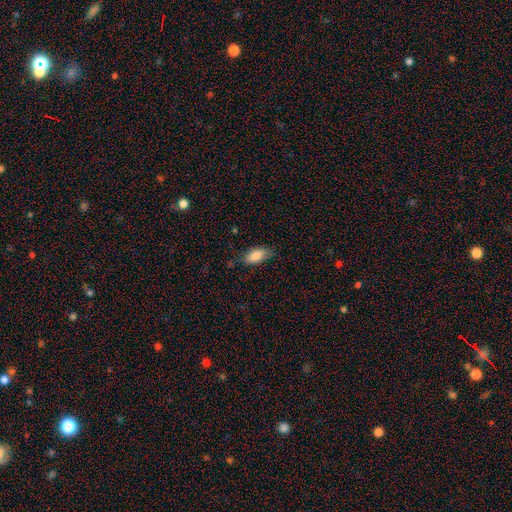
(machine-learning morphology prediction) Smooth or featured? smooth (85%)
How rounded? in between (90%)
Merging? none (71%)